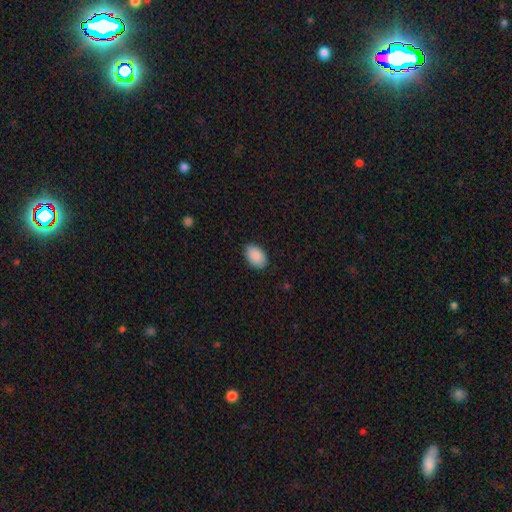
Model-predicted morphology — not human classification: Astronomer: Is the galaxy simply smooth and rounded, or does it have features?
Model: smooth — 90%.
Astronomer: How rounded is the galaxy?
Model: in between — 89%.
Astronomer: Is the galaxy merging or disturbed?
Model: none — 86%.